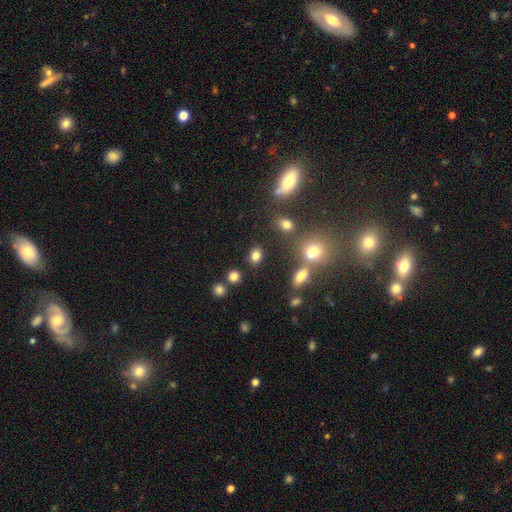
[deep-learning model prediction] Smooth or featured: smooth — 79% (star or artifact — 14%)
How rounded: in between — 55% (round — 44%)
Merging: none — 77% (minor disturbance — 10%)